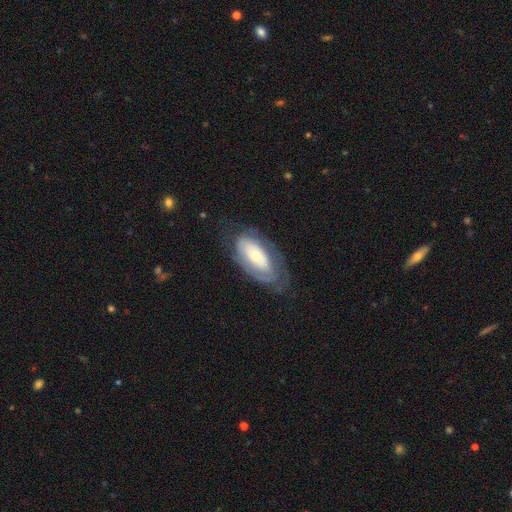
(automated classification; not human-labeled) Smooth or featured?
  - featured or disk: 58% *
  - smooth: 36%
  - star or artifact: 6%
Edge-on disk?
  - no: 88% *
  - yes: 12%
Bar?
  - no: 78% *
  - weak: 15%
  - strong: 7%
Spiral arms?
  - yes: 53% *
  - no: 47%
Bulge size?
  - small: 49% *
  - moderate: 42%
  - large: 6%
  - dominant: 2%
  - none: 1%
Merging?
  - none: 63% *
  - minor disturbance: 22%
  - major disturbance: 14%
  - merger: 1%